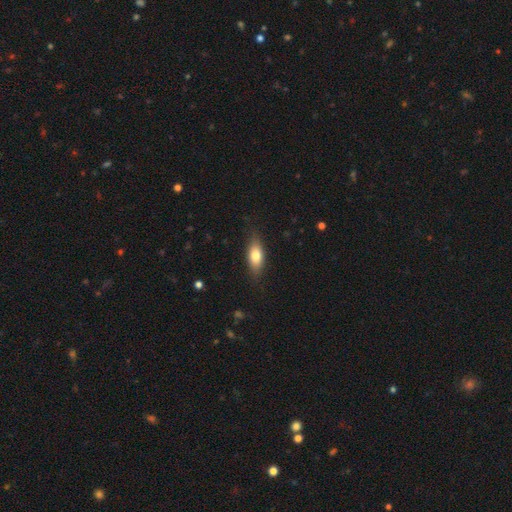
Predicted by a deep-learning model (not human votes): smooth 74%, featured or disk 19%, star or artifact 7%. Down the decision tree: how rounded — in between (75%); merging — none (82%).